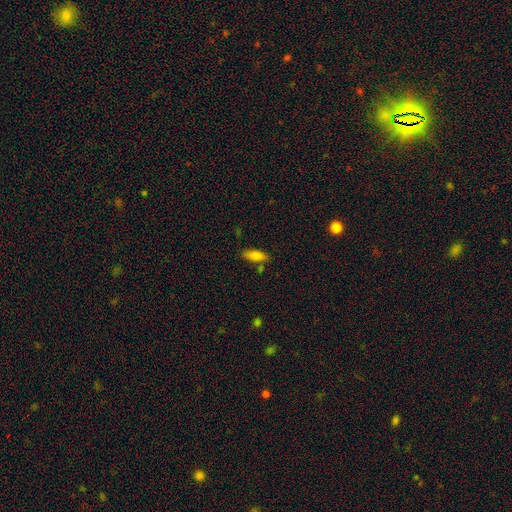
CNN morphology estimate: Smooth or featured?
  - smooth: 79% *
  - featured or disk: 13%
  - star or artifact: 8%
How rounded?
  - in between: 72% *
  - cigar-shaped: 26%
  - round: 2%
Merging?
  - none: 78% *
  - minor disturbance: 13%
  - merger: 6%
  - major disturbance: 3%